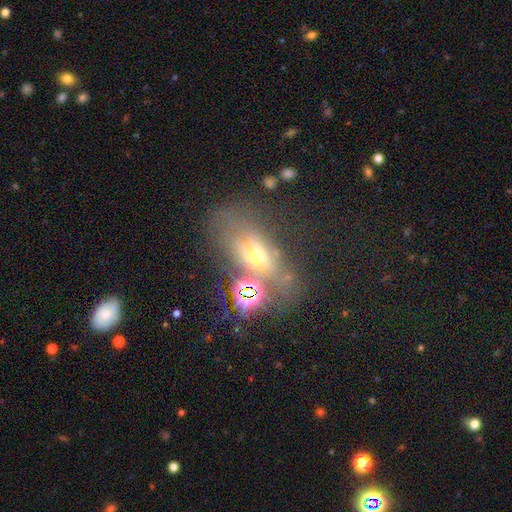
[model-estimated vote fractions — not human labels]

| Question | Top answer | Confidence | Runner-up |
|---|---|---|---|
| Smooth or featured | smooth | 41% | featured or disk (34%) |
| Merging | none | 44% | major disturbance (21%) |